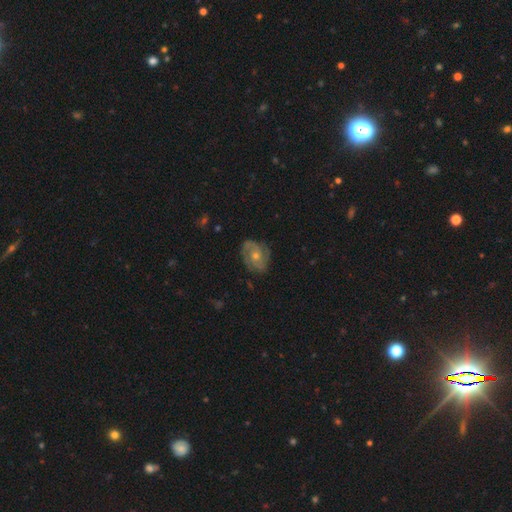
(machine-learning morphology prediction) Smooth or featured?
  - featured or disk: 81% *
  - smooth: 13%
  - star or artifact: 6%
Edge-on disk?
  - no: 98% *
  - yes: 2%
Bar?
  - no: 72% *
  - weak: 24%
  - strong: 4%
Spiral arms?
  - yes: 95% *
  - no: 5%
Spiral winding?
  - tight: 46% *
  - medium: 43%
  - loose: 11%
Spiral arm count?
  - 2: 58% *
  - 3: 19%
  - can't tell: 13%
  - 4: 4%
  - 1: 4%
  - more than 4: 3%
Bulge size?
  - moderate: 51% *
  - small: 45%
  - large: 2%
  - none: 1%
  - dominant: 1%
Merging?
  - none: 77% *
  - minor disturbance: 17%
  - major disturbance: 5%
  - merger: 1%